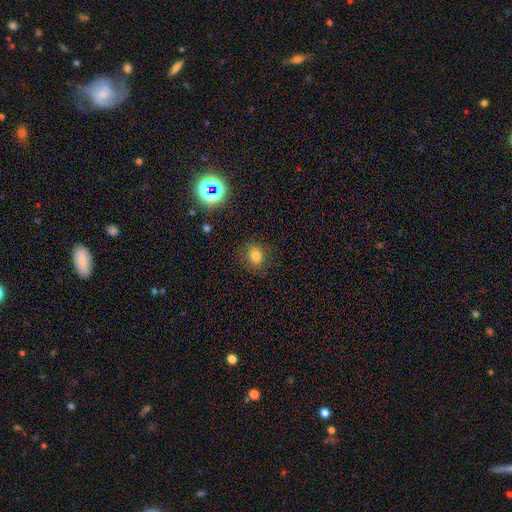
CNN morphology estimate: Smooth or featured? Predicted: smooth (p=0.78). How rounded? Predicted: round (p=0.70). Merging? Predicted: none (p=0.86).